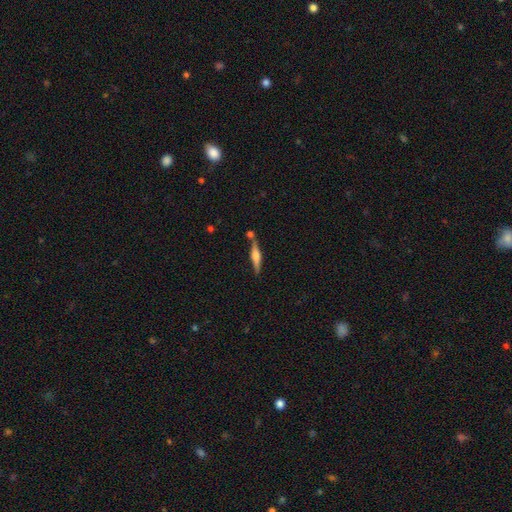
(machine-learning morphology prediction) The model was most divided on "smooth or featured": featured or disk: 57%, smooth: 36%, star or artifact: 7%. More confident: edge-on disk — yes (96%); edge-on bulge — rounded (74%); merging — none (74%).